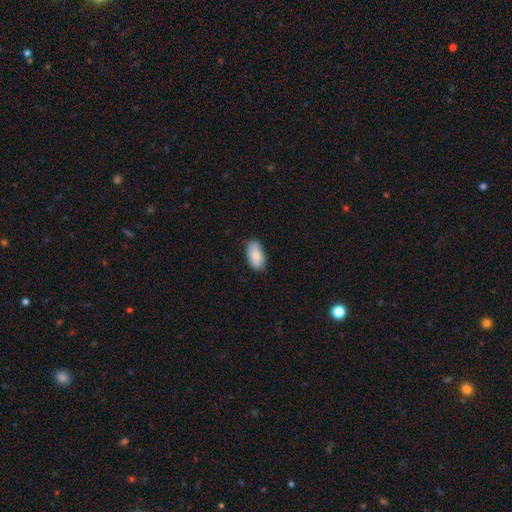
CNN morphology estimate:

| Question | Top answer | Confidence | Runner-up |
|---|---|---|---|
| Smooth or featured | smooth | 85% | featured or disk (9%) |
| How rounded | in between | 94% | round (3%) |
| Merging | none | 83% | minor disturbance (14%) |